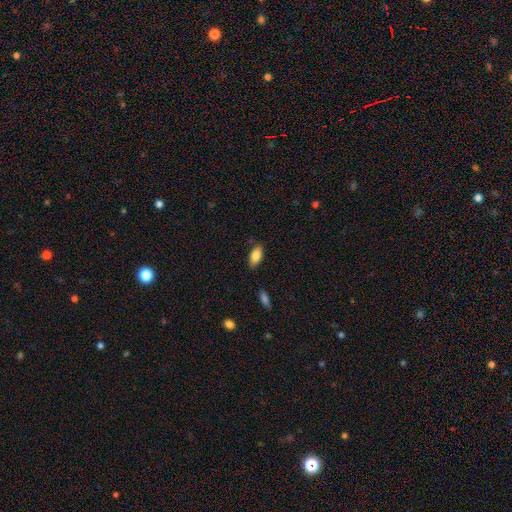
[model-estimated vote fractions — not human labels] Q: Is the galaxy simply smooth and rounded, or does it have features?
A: smooth — 84%.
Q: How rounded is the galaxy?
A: in between — 91%.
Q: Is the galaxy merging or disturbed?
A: none — 83%.